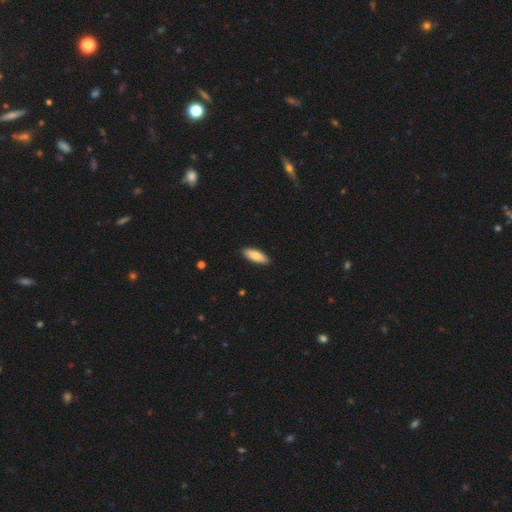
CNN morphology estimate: A smooth galaxy with no disk features (80%) that is in between round and cigar-shaped (68%). Merging: none (90%).